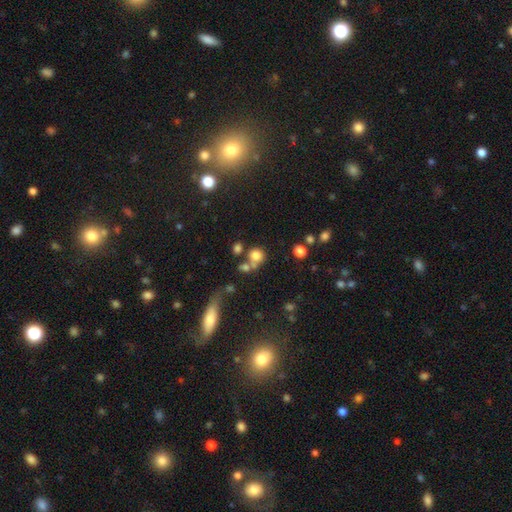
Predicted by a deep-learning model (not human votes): Morphology: type=smooth (77%); roundness=round (81%); merging=none (47%).